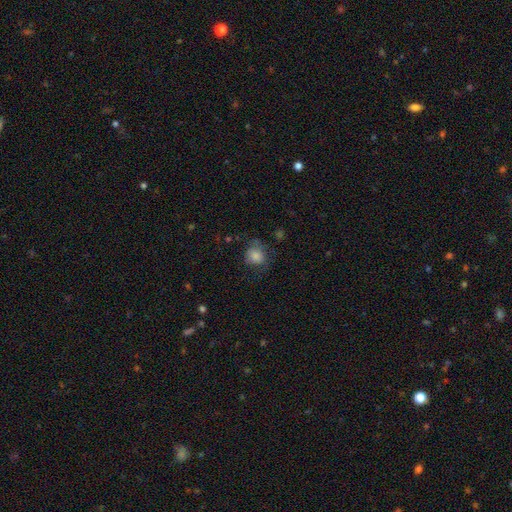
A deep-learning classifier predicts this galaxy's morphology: Smooth or featured?
  - smooth: 78% *
  - featured or disk: 12%
  - star or artifact: 9%
How rounded?
  - round: 71% *
  - in between: 28%
  - cigar-shaped: 1%
Merging?
  - none: 56% *
  - minor disturbance: 26%
  - major disturbance: 17%
  - merger: 2%